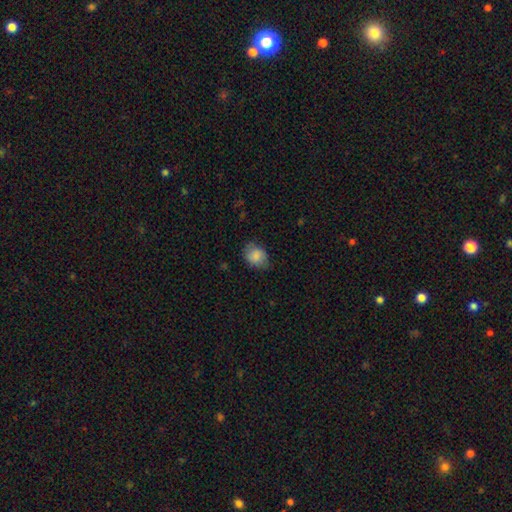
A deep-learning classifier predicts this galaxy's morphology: smooth 83%, featured or disk 10%, star or artifact 7%. Down the decision tree: how rounded — in between (63%); merging — none (70%).